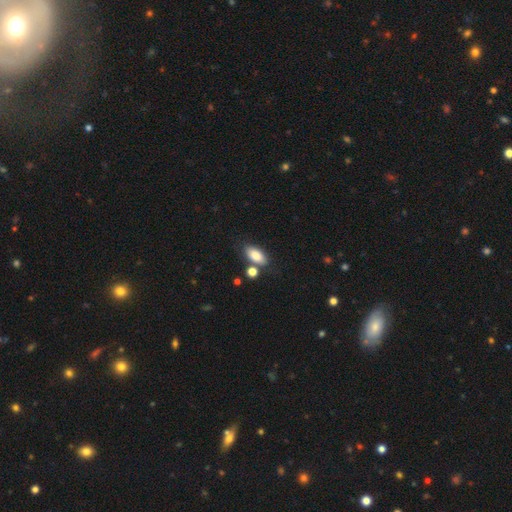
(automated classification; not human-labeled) A smooth galaxy with no disk features (82%) that is in between round and cigar-shaped (88%).

Vote fractions:
- Smooth or featured? smooth: 82% / featured or disk: 11% / star or artifact: 7%
- How rounded? in between: 88% / cigar-shaped: 7% / round: 5%
- Merging? none: 71% / minor disturbance: 13% / merger: 12% / major disturbance: 4%